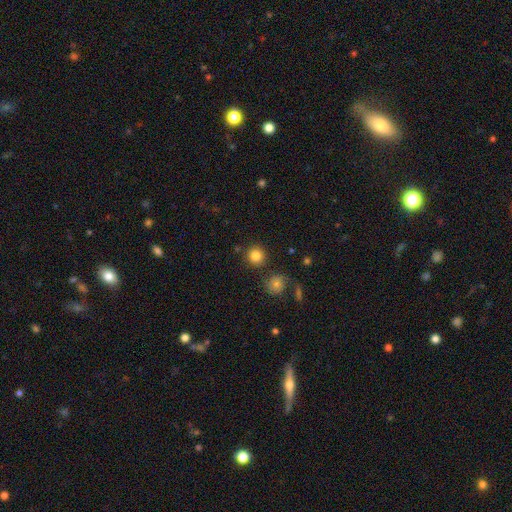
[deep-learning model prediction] A smooth galaxy with no disk features (83%) that is round (92%). Merging: none (83%).